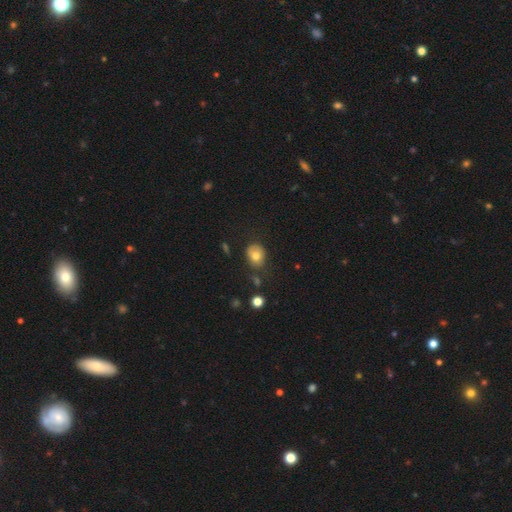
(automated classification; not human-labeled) smooth_or_featured: smooth (p=0.75) [alt: featured or disk p=0.15]
how_rounded: round (p=0.51) [alt: in between p=0.48]
merging: none (p=0.59) [alt: minor disturbance p=0.27]